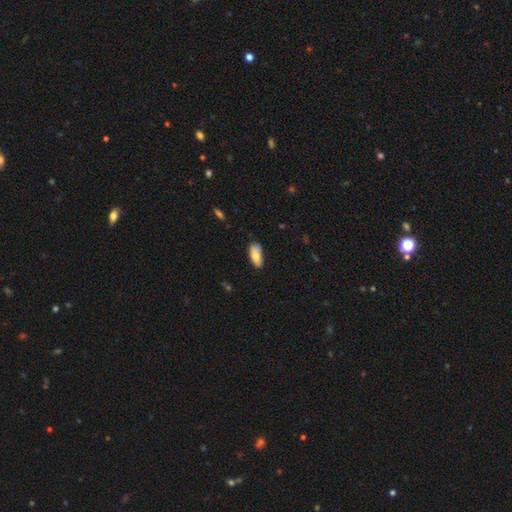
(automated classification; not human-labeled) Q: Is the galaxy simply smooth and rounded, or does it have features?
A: smooth — 76%.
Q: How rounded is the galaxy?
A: in between — 85%.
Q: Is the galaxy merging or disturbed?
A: none — 72%.